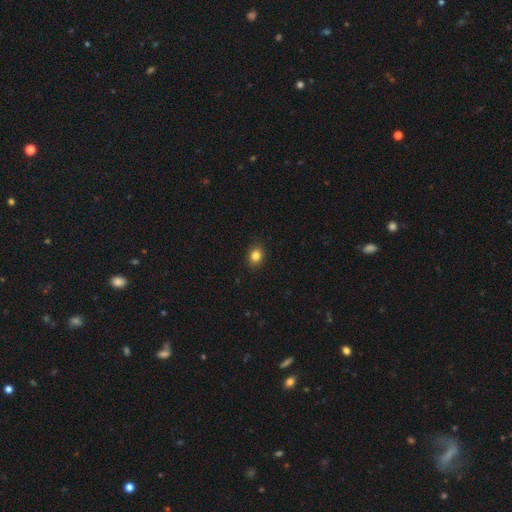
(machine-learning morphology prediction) A smooth galaxy with no disk features (84%) that is round (57%). Merging: none (90%).